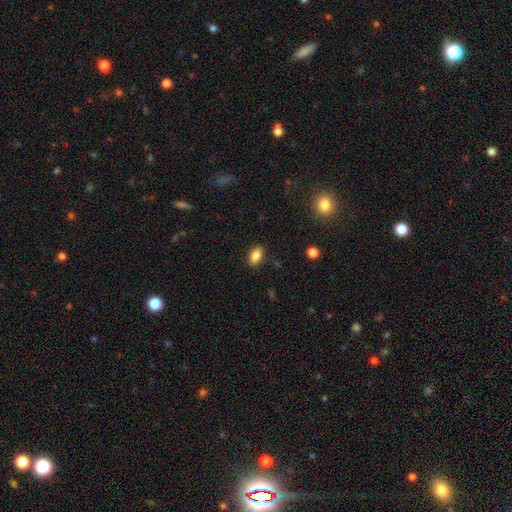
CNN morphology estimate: Overall: smooth (85%). How rounded: in between (87%). Merging: none (87%).